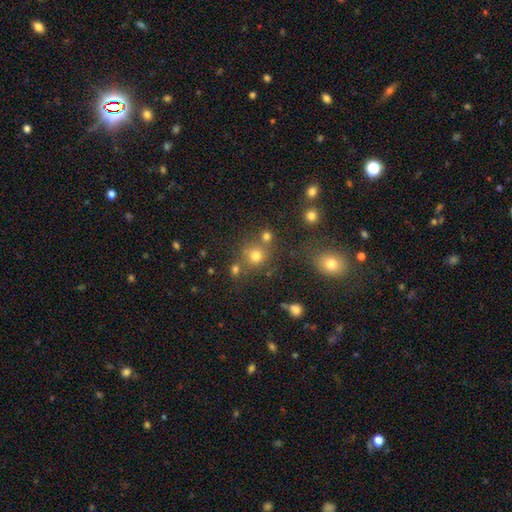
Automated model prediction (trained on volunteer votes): A smooth galaxy with no disk features (71%) that is round (88%). Merging: none (67%).